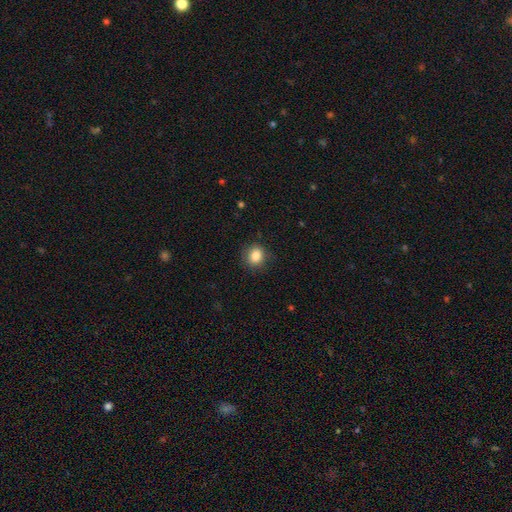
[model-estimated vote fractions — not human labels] Smooth or featured: smooth — 86% (star or artifact — 9%)
How rounded: round — 74% (in between — 25%)
Merging: none — 83% (minor disturbance — 12%)